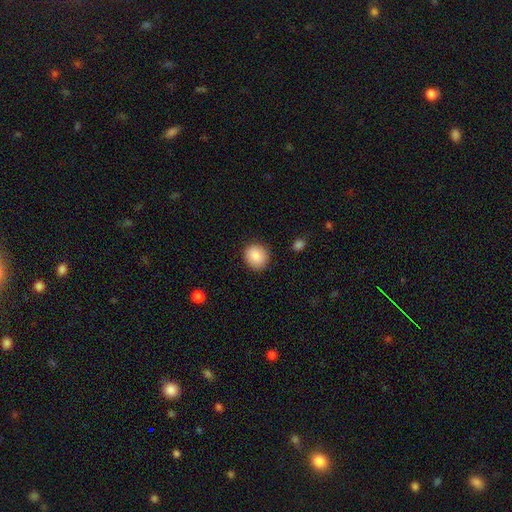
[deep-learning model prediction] Morphology: type=smooth (88%); roundness=round (86%); merging=none (89%).